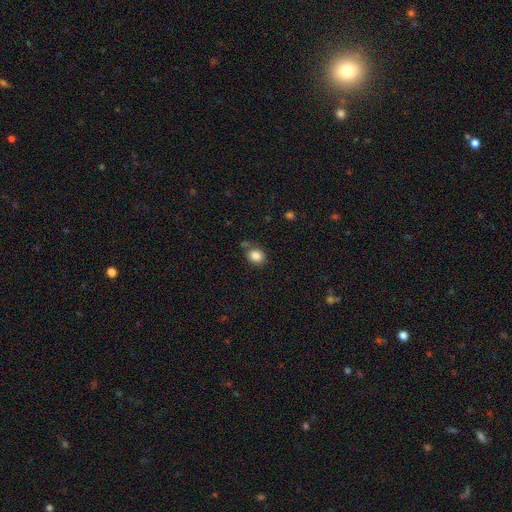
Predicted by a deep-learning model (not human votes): smooth 84%, star or artifact 10%, featured or disk 6%. Down the decision tree: how rounded — round (62%); merging — none (70%).